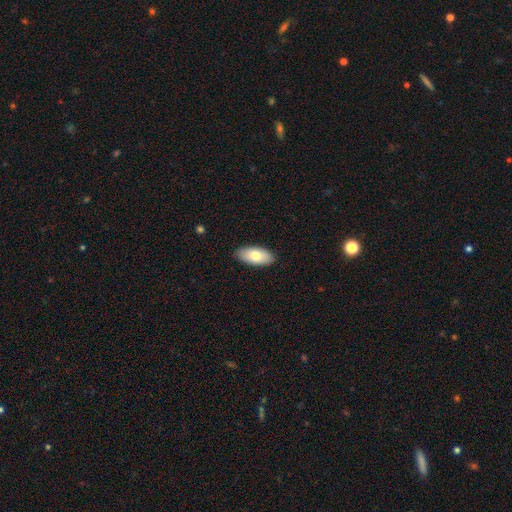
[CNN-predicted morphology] Q: Smooth or featured?
A: smooth (77%); runner-up: featured or disk (17%)
Q: How rounded?
A: in between (92%); runner-up: cigar-shaped (5%)
Q: Merging?
A: none (88%); runner-up: minor disturbance (9%)